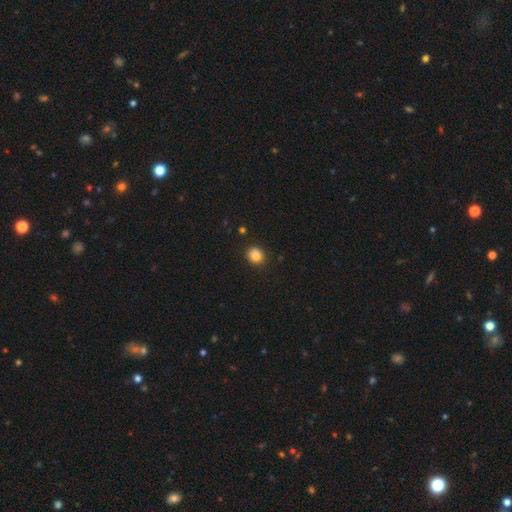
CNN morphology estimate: type=smooth (85%); roundness=round (72%); merging=none (88%).